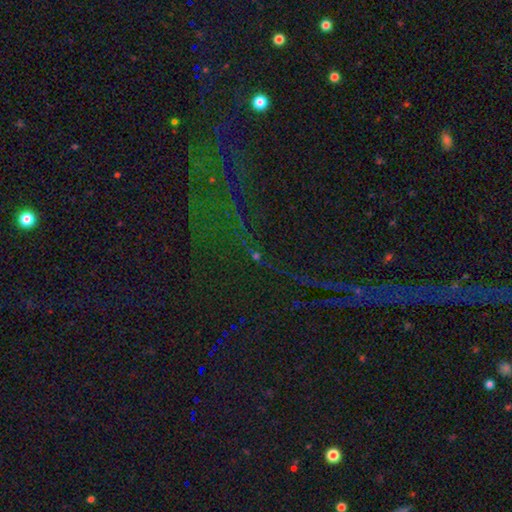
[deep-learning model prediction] Morphology: type=star or artifact (80%).